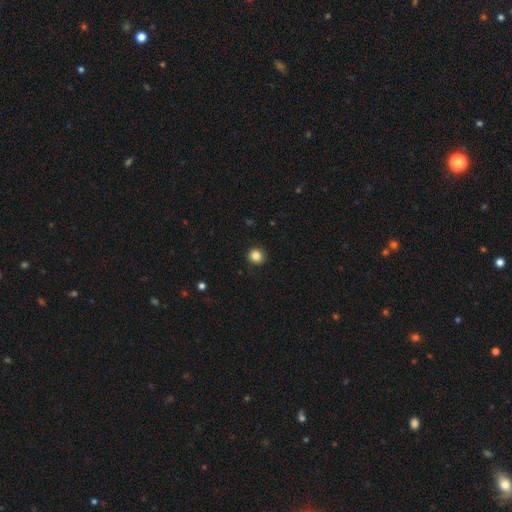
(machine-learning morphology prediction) The model was most divided on "smooth or featured": smooth: 85%, star or artifact: 11%, featured or disk: 4%. More confident: how rounded — round (93%); merging — none (92%).